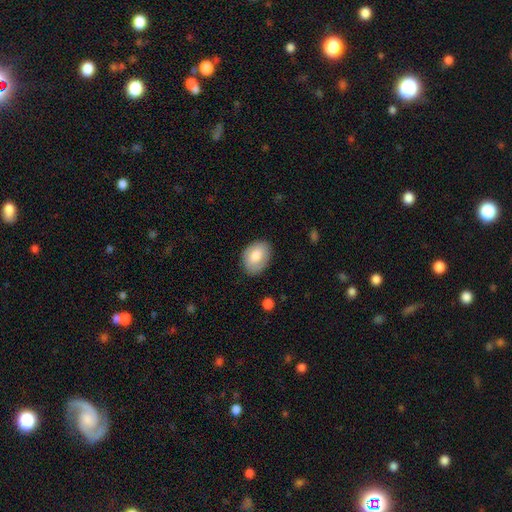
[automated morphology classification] smooth 77%, featured or disk 17%, star or artifact 6%. Down the decision tree: how rounded — in between (79%); merging — none (80%).